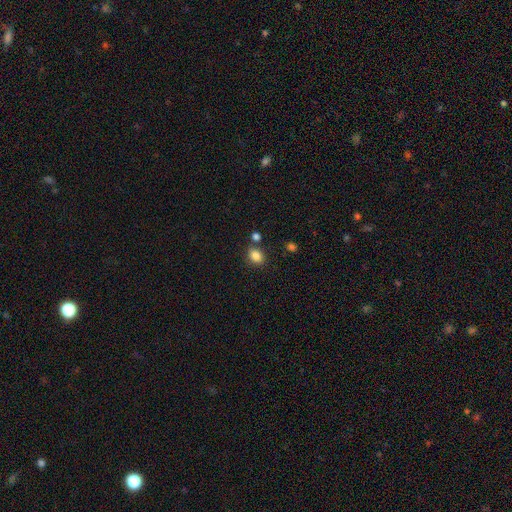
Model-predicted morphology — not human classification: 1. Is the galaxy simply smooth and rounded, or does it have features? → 84% smooth, 11% star or artifact, 5% featured or disk.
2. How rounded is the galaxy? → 51% in between, 48% round, 1% cigar-shaped.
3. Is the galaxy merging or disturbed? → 75% none, 12% minor disturbance, 10% merger, 3% major disturbance.